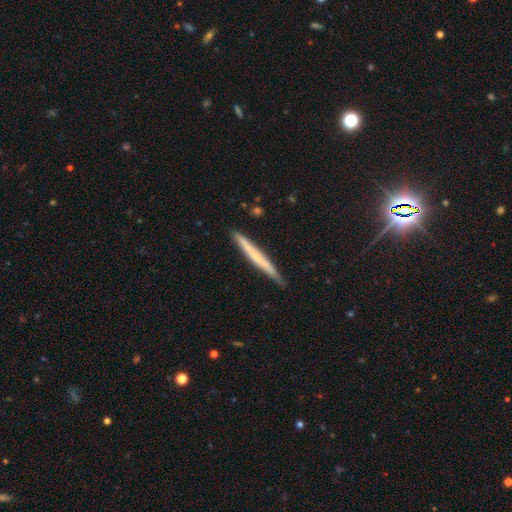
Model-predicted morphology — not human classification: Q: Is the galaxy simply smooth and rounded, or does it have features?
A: smooth — 47%.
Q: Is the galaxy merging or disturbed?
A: none — 86%.